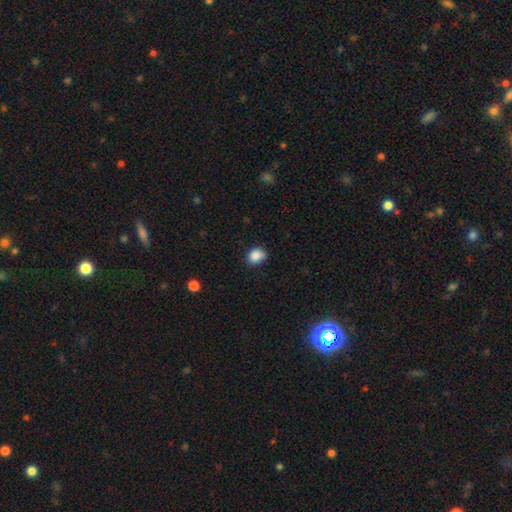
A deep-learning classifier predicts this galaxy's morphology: The model was most divided on "how rounded": round: 53%, in between: 46%, cigar-shaped: 1%. More confident: smooth or featured — smooth (86%); merging — none (71%).